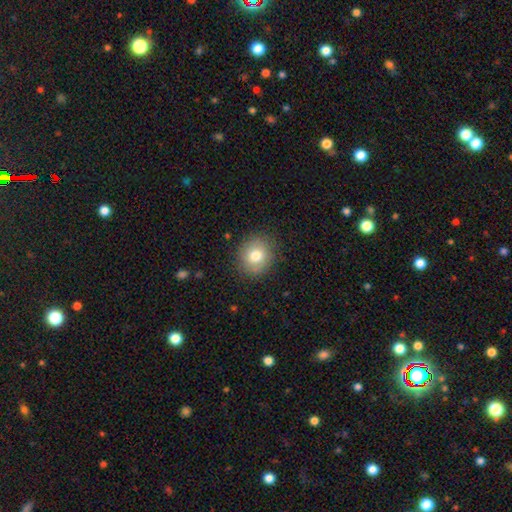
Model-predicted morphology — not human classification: This is likely a smooth galaxy (77%). How rounded: clearly round (81%). Merging: clearly none (86%).